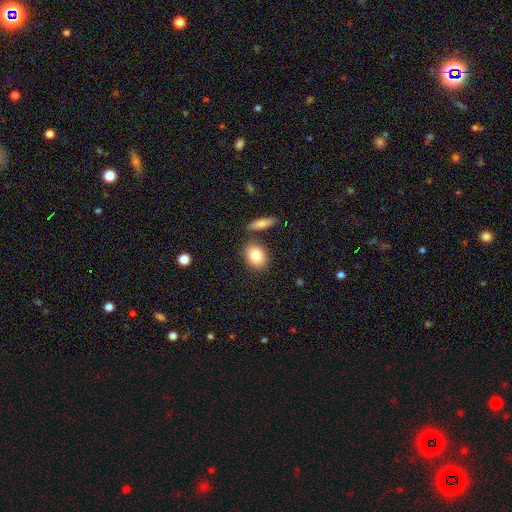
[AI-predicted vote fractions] Smooth or featured? Predicted: smooth (p=0.84). How rounded? Predicted: in between (p=0.60). Merging? Predicted: none (p=0.78).